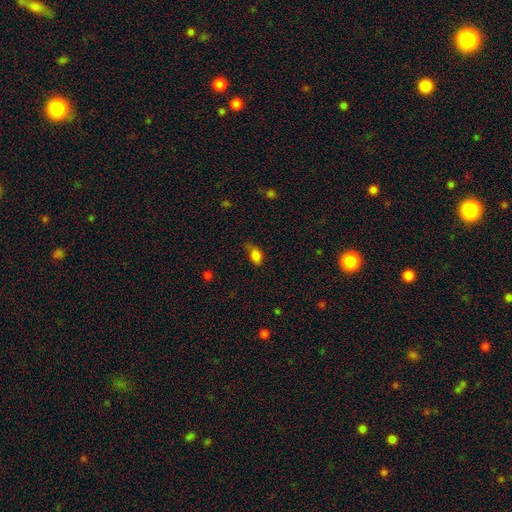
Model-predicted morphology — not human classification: A smooth galaxy with no disk features (83%) that is in between round and cigar-shaped (83%).

Vote fractions:
- Smooth or featured? smooth: 83% / star or artifact: 10% / featured or disk: 7%
- How rounded? in between: 83% / round: 14% / cigar-shaped: 3%
- Merging? none: 41% / minor disturbance: 38% / major disturbance: 17% / merger: 3%